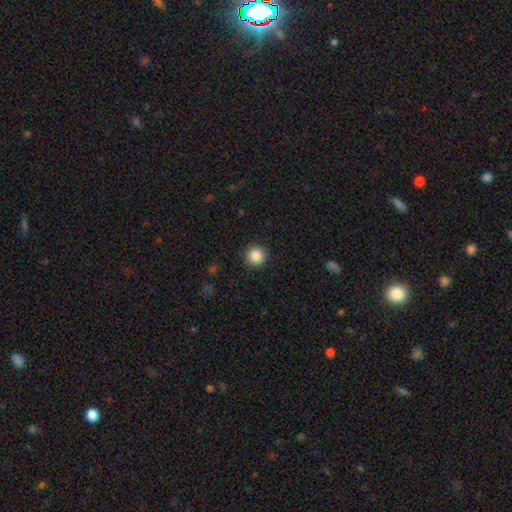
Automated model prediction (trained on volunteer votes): This appears to be a smooth galaxy with no disk features (86%) that is round (95%). Merging: none (92%).